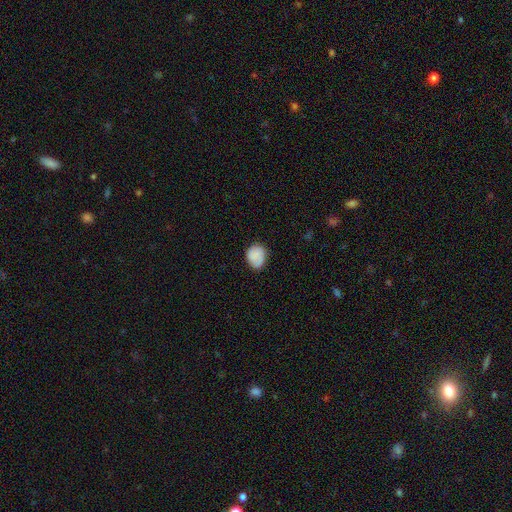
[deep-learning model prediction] This appears to be a smooth galaxy with no disk features (82%) that is round (60%). Merging: none (71%).